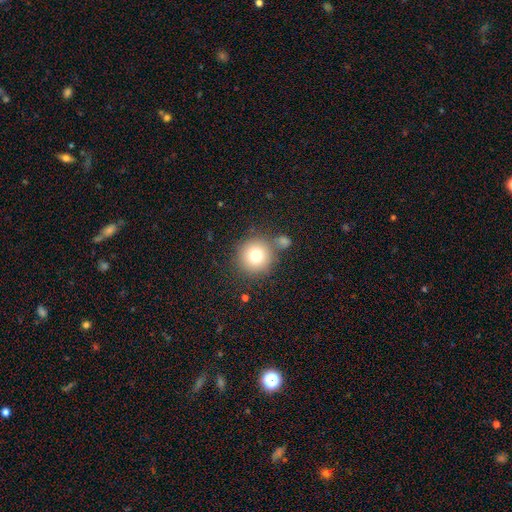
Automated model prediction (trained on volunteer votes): smooth 77%, featured or disk 12%, star or artifact 11%. Down the decision tree: how rounded — round (94%); merging — none (76%).